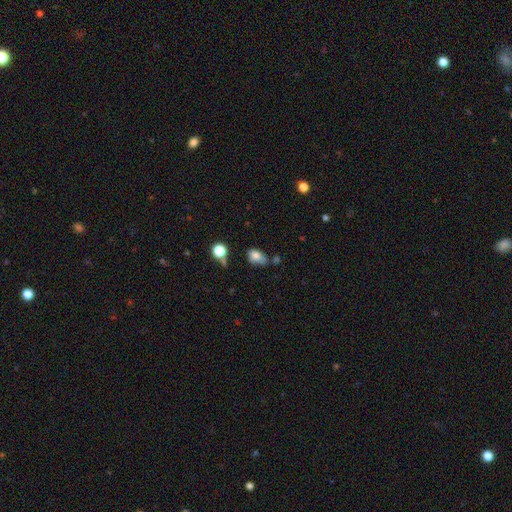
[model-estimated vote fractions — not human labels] Smooth or featured?
  - smooth: 78% *
  - featured or disk: 11%
  - star or artifact: 11%
How rounded?
  - in between: 82% *
  - round: 17%
  - cigar-shaped: 2%
Merging?
  - none: 49% *
  - minor disturbance: 31%
  - merger: 10%
  - major disturbance: 9%